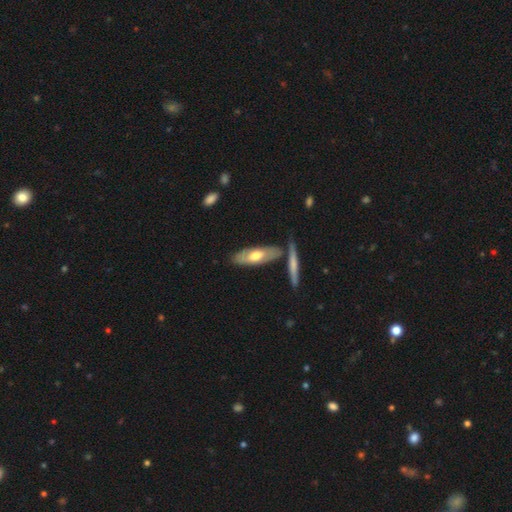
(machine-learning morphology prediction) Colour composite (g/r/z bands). It shows a smooth galaxy with no disk features (52%) that is in between round and cigar-shaped (61%). Merging: none (72%).